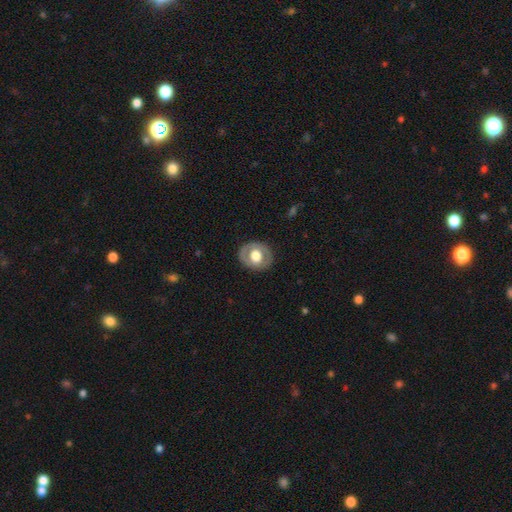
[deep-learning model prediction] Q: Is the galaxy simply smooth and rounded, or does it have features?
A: smooth — 48%.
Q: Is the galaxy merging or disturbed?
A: none — 83%.